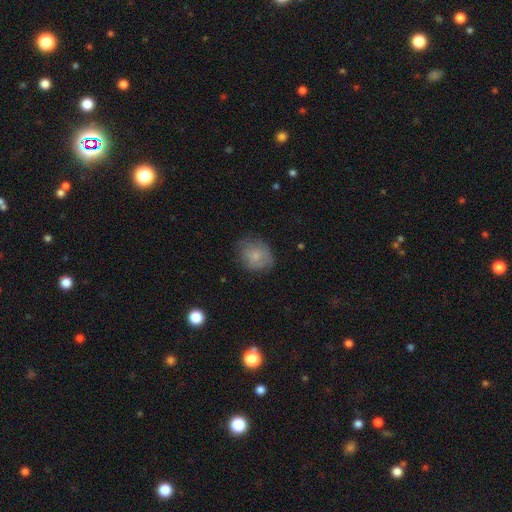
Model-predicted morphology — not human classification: smooth 73%, featured or disk 19%, star or artifact 8%. Down the decision tree: how rounded — round (68%); merging — none (68%).